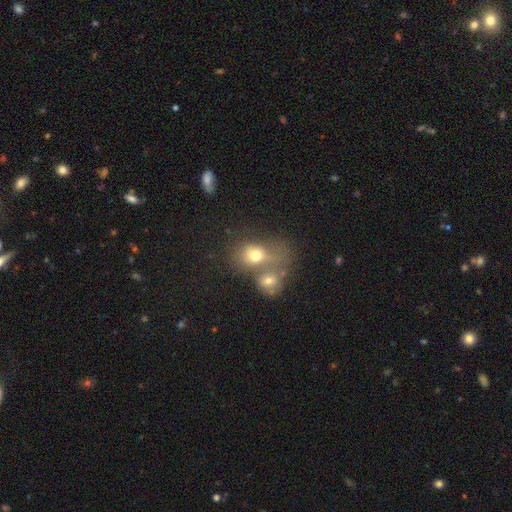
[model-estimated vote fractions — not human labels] A smooth galaxy with no disk features (70%) that is in between round and cigar-shaped (50%).

Vote fractions:
- Smooth or featured? smooth: 70% / featured or disk: 18% / star or artifact: 13%
- How rounded? in between: 50% / round: 49% / cigar-shaped: 1%
- Merging? merger: 60% / none: 21% / major disturbance: 10% / minor disturbance: 9%